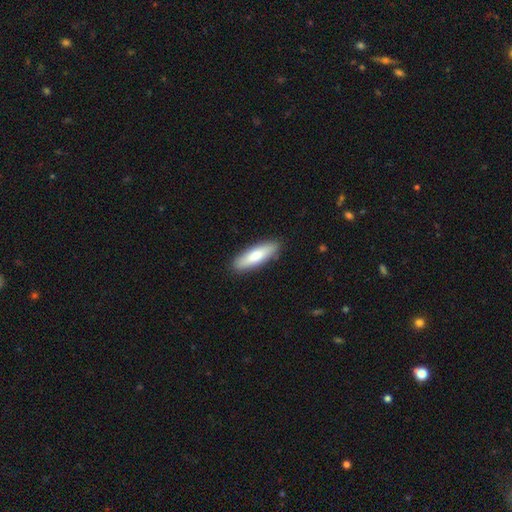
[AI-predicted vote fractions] A smooth galaxy with no disk features (75%) that is cigar-shaped (60%).

Vote fractions:
- Smooth or featured? smooth: 75% / featured or disk: 20% / star or artifact: 5%
- How rounded? cigar-shaped: 60% / in between: 39% / round: 2%
- Merging? none: 89% / minor disturbance: 8% / major disturbance: 2% / merger: 1%